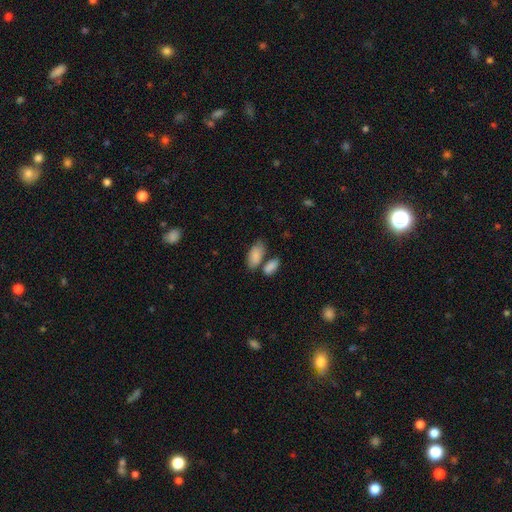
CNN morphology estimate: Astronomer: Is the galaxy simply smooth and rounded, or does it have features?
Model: smooth — 87%.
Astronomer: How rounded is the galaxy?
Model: in between — 92%.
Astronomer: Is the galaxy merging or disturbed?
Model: none — 53% (runner-up: merger, 28%).